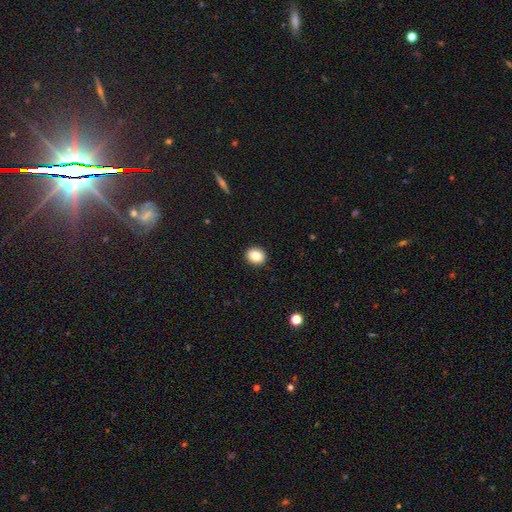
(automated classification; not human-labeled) This appears to be a smooth galaxy with no disk features (83%) that is round (65%). Merging: none (92%).